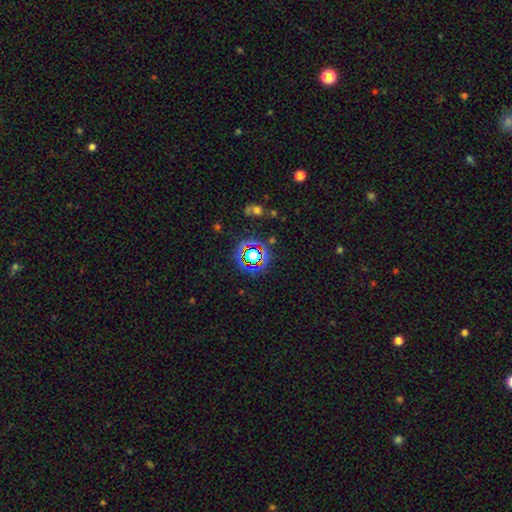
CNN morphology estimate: Smooth or featured? star or artifact (62%)